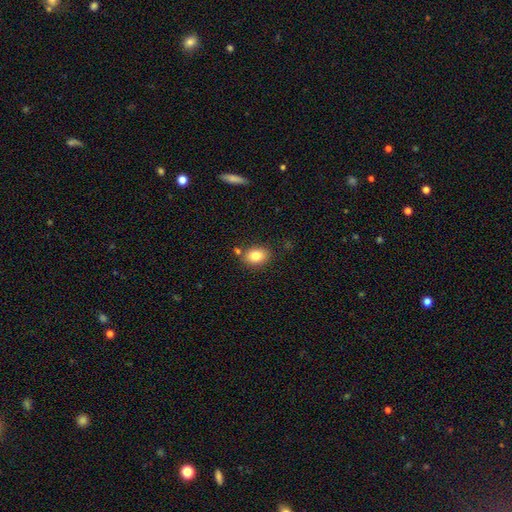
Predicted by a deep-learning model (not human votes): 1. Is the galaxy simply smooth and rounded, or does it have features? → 82% smooth, 9% featured or disk, 9% star or artifact.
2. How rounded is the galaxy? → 71% in between, 28% round, 1% cigar-shaped.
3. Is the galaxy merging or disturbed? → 78% none, 12% minor disturbance, 7% merger, 3% major disturbance.